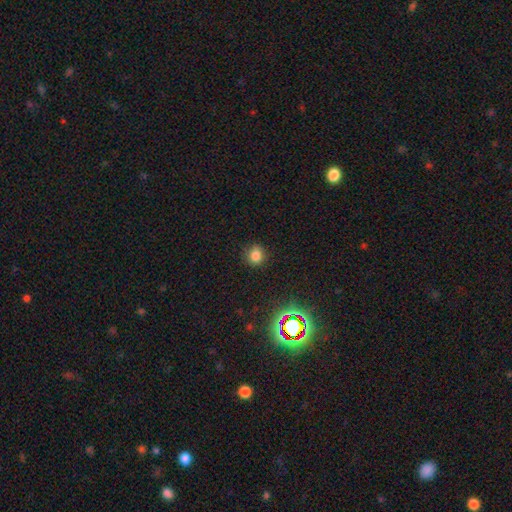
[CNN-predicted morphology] This is likely a smooth galaxy (79%). How rounded: likely round (78%). Merging: clearly none (81%).